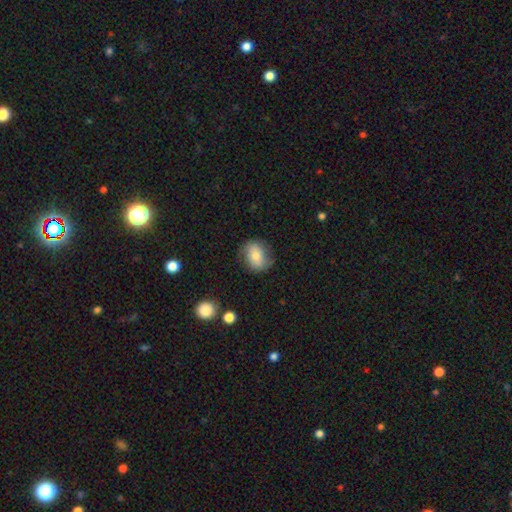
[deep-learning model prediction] Smooth or featured? smooth (66%)
How rounded? in between (53%)
Merging? none (73%)